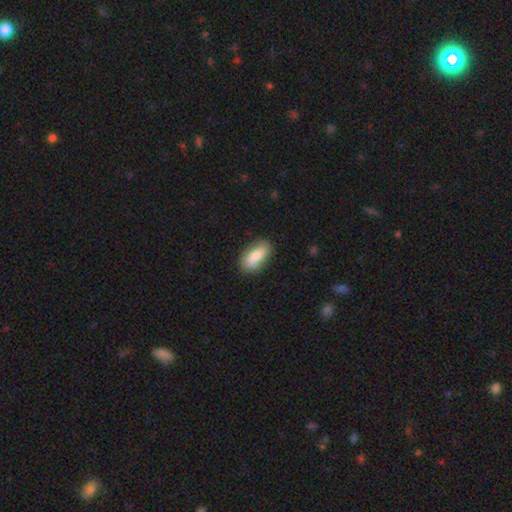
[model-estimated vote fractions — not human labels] Smooth or featured? smooth (74%)
How rounded? in between (90%)
Merging? none (77%)